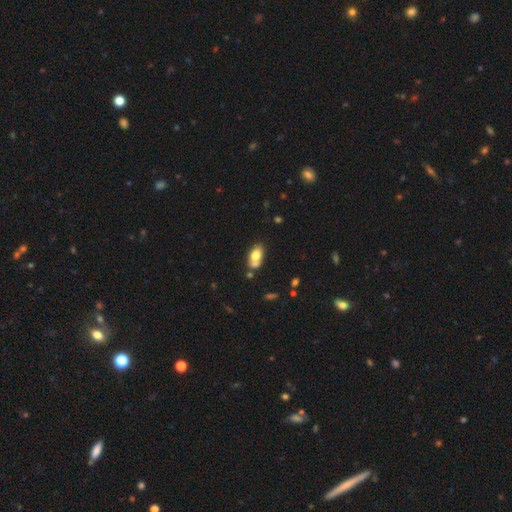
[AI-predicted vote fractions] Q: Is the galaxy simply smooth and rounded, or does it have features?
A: smooth — 72%.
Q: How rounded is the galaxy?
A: in between — 88%.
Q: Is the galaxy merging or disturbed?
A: none — 47%.